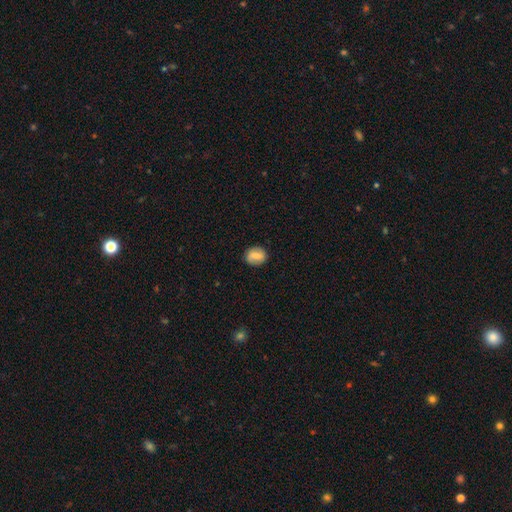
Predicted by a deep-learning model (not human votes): Smooth or featured?
  - smooth: 62% *
  - featured or disk: 30%
  - star or artifact: 8%
How rounded?
  - round: 59% *
  - in between: 39%
  - cigar-shaped: 2%
Merging?
  - none: 85% *
  - minor disturbance: 11%
  - major disturbance: 3%
  - merger: 1%